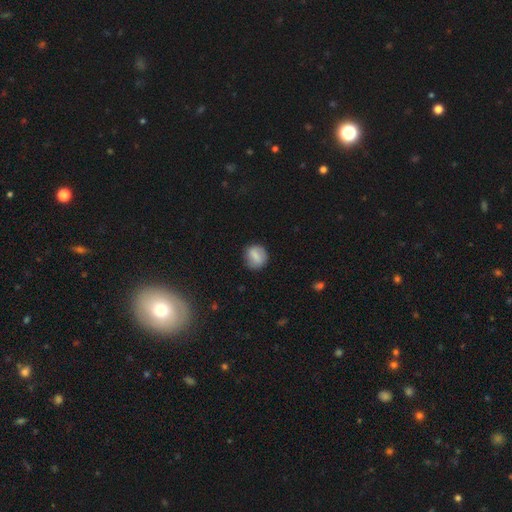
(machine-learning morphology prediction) type=smooth (75%); roundness=round (73%); merging=none (82%).